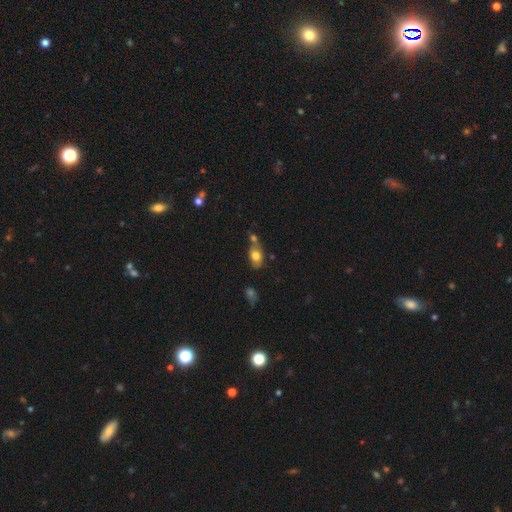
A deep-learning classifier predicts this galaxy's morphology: Smooth or featured? smooth (76%)
How rounded? in between (80%)
Merging? none (45%)